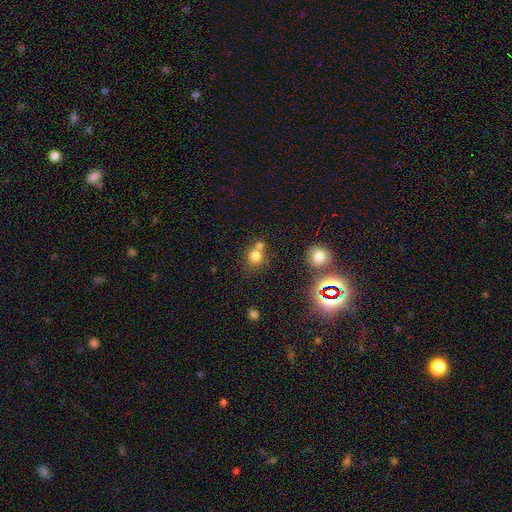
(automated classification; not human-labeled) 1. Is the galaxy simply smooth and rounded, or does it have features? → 77% smooth, 14% star or artifact, 9% featured or disk.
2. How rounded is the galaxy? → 82% round, 17% in between, 1% cigar-shaped.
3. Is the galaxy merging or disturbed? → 51% none, 35% merger, 9% minor disturbance, 4% major disturbance.